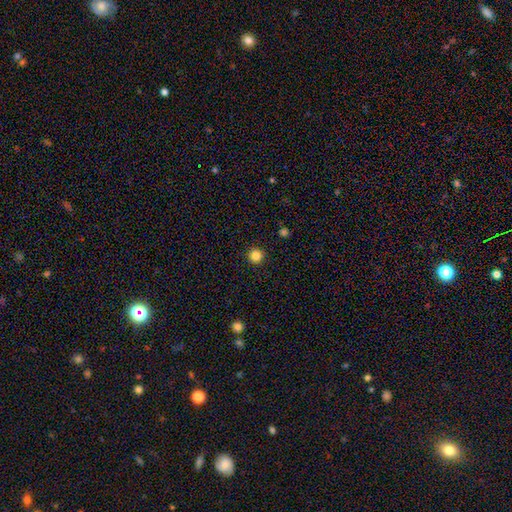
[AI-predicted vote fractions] This appears to be a smooth galaxy with no disk features (84%) that is round (95%). Merging: none (93%).